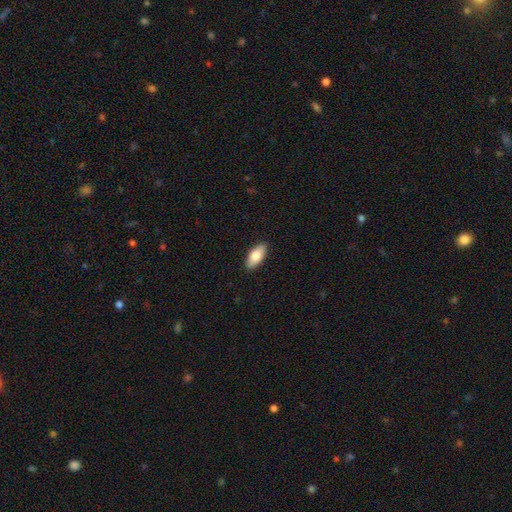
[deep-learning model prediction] A smooth galaxy with no disk features (81%) that is in between round and cigar-shaped (87%).

Vote fractions:
- Smooth or featured? smooth: 81% / featured or disk: 13% / star or artifact: 6%
- How rounded? in between: 87% / cigar-shaped: 11% / round: 2%
- Merging? none: 89% / minor disturbance: 8% / major disturbance: 2% / merger: 1%